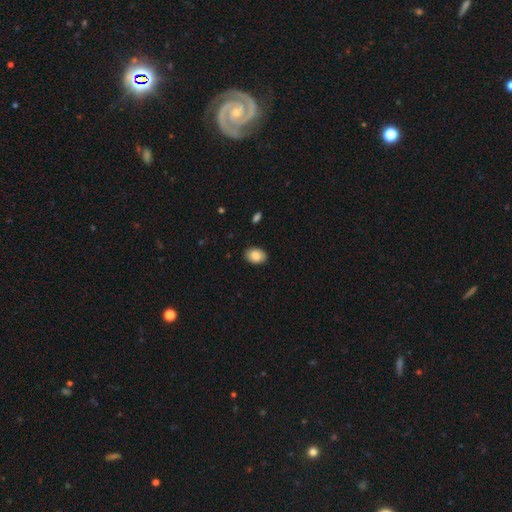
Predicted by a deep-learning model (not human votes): Smooth or featured? Predicted: smooth (p=0.86). How rounded? Predicted: in between (p=0.82). Merging? Predicted: none (p=0.90).